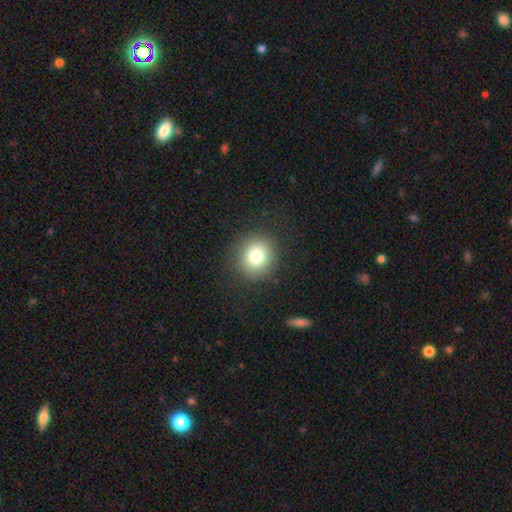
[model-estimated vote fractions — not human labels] Smooth or featured? smooth (80%)
How rounded? round (84%)
Merging? none (88%)